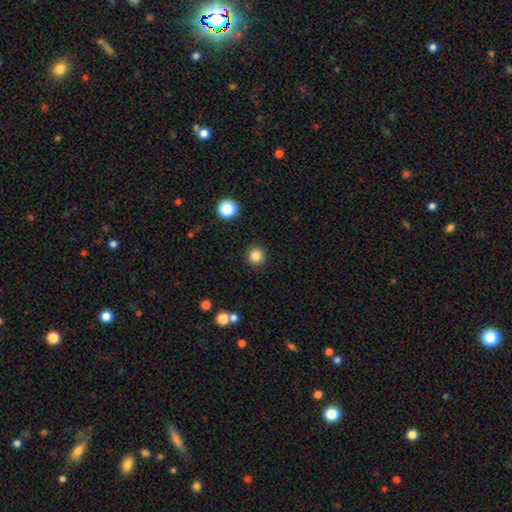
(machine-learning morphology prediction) smooth 84%, star or artifact 12%, featured or disk 4%. Down the decision tree: how rounded — round (95%); merging — none (91%).